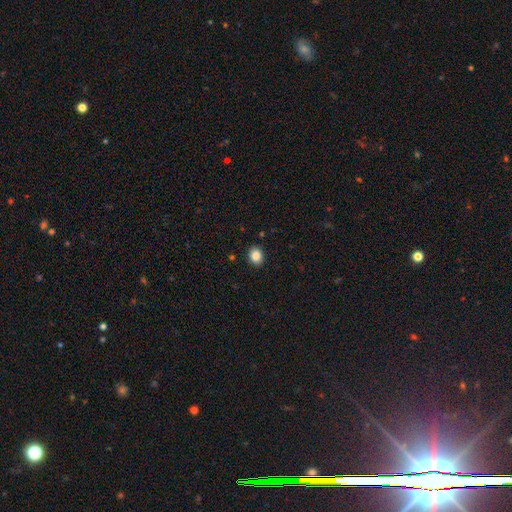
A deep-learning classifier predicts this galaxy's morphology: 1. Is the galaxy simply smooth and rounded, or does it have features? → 86% smooth, 9% star or artifact, 5% featured or disk.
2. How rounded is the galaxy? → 54% round, 45% in between, 1% cigar-shaped.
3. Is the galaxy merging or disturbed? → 90% none, 7% minor disturbance, 2% major disturbance, 1% merger.